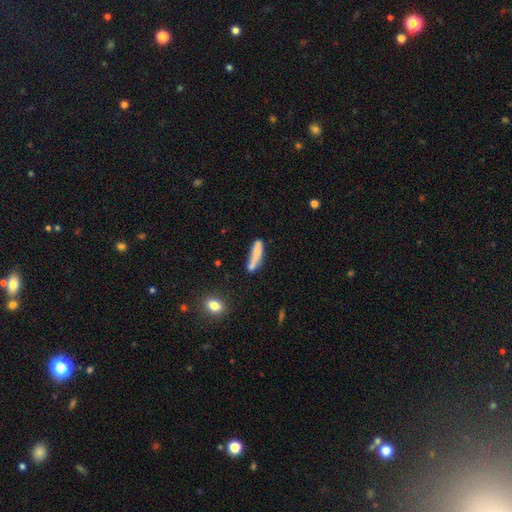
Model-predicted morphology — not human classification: smooth_or_featured: smooth (p=0.65) [alt: featured or disk p=0.27]
how_rounded: cigar-shaped (p=0.76) [alt: in between p=0.22]
merging: none (p=0.45) [alt: minor disturbance p=0.24]